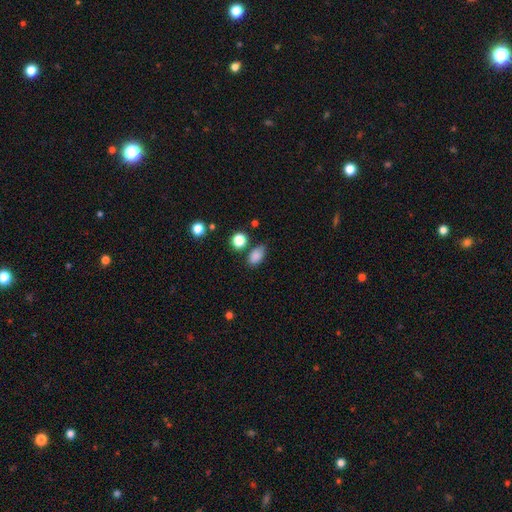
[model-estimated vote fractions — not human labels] The model was most divided on "merging": none: 69%, minor disturbance: 21%, merger: 6%, major disturbance: 5%. More confident: smooth or featured — smooth (84%); how rounded — in between (84%).